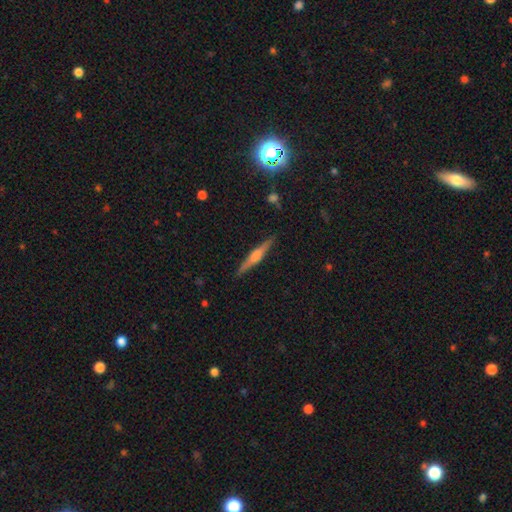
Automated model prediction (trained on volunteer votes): Overall: featured or disk (72%). Edge-on disk: yes (98%). Edge-on bulge: rounded (82%). Merging: none (91%).